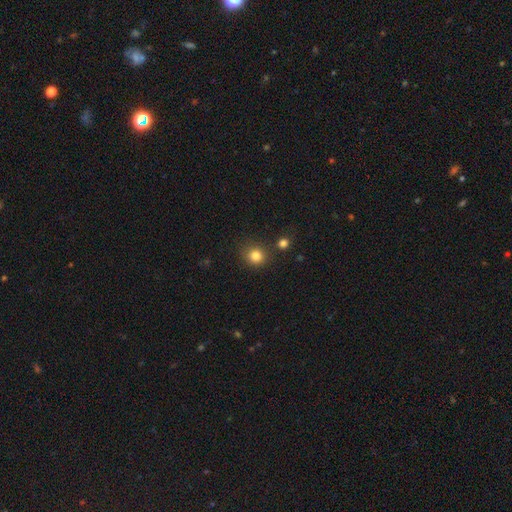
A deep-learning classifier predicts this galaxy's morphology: smooth_or_featured: smooth (p=0.82) [alt: star or artifact p=0.13]
how_rounded: round (p=0.89) [alt: in between p=0.10]
merging: none (p=0.83) [alt: minor disturbance p=0.09]